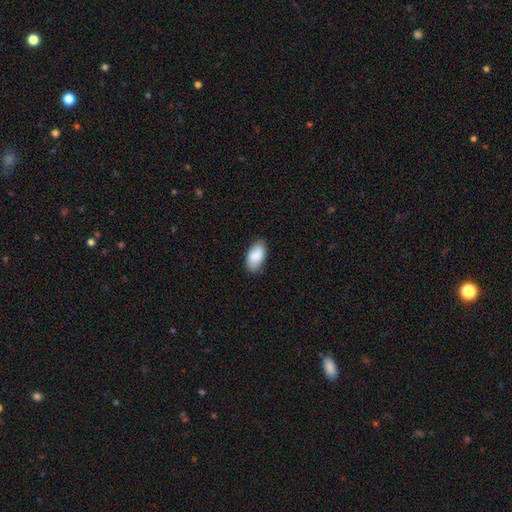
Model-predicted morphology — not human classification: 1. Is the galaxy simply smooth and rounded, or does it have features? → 88% smooth, 6% featured or disk, 6% star or artifact.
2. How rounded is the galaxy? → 95% in between, 3% round, 2% cigar-shaped.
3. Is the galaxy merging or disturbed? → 80% none, 16% minor disturbance, 3% major disturbance, 1% merger.